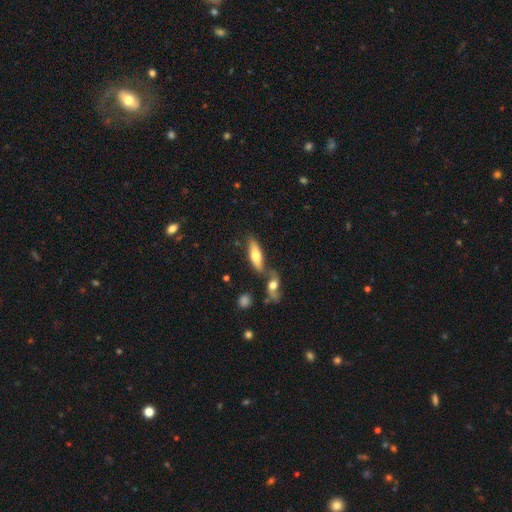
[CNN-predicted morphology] smooth 61%, featured or disk 33%, star or artifact 6%. Down the decision tree: how rounded — in between (57%); merging — none (50%).